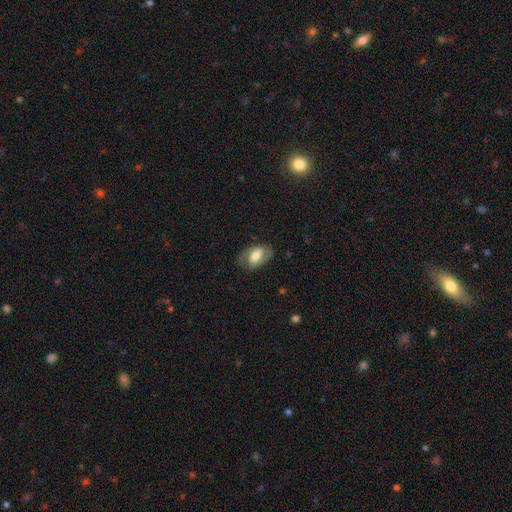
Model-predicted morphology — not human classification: A smooth galaxy with no disk features (51%) that is in between round and cigar-shaped (91%).

Vote fractions:
- Smooth or featured? smooth: 51% / featured or disk: 42% / star or artifact: 7%
- How rounded? in between: 91% / round: 7% / cigar-shaped: 2%
- Merging? none: 71% / minor disturbance: 19% / major disturbance: 9% / merger: 1%